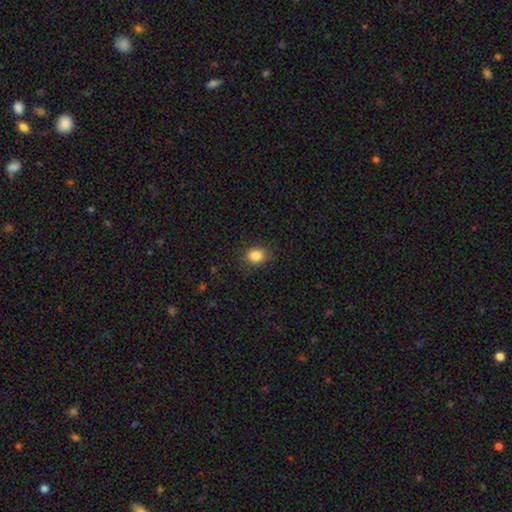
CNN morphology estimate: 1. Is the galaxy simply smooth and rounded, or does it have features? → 85% smooth, 10% star or artifact, 5% featured or disk.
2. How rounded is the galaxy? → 56% round, 43% in between, 1% cigar-shaped.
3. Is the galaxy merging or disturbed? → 84% none, 12% minor disturbance, 3% major disturbance, 1% merger.